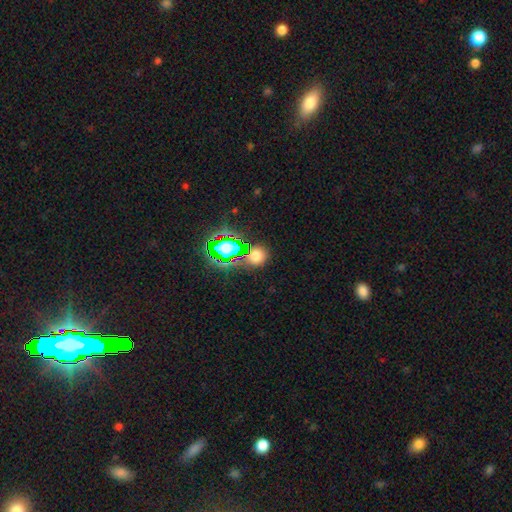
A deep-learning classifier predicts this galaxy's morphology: Smooth or featured?
  - smooth: 58% *
  - star or artifact: 34%
  - featured or disk: 8%
How rounded?
  - round: 80% *
  - in between: 19%
  - cigar-shaped: 1%
Merging?
  - none: 76% *
  - minor disturbance: 11%
  - merger: 8%
  - major disturbance: 5%